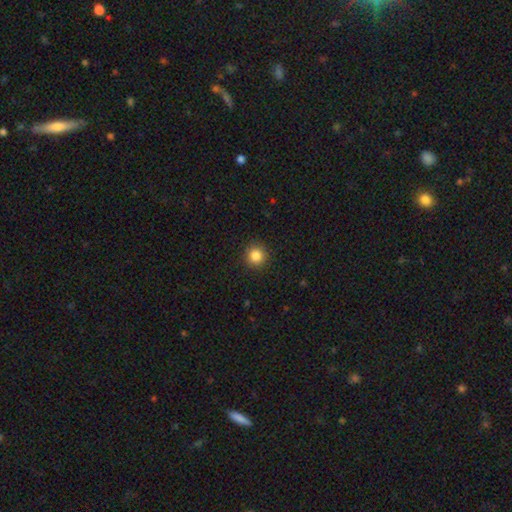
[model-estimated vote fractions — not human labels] Smooth or featured? smooth (85%)
How rounded? round (94%)
Merging? none (91%)